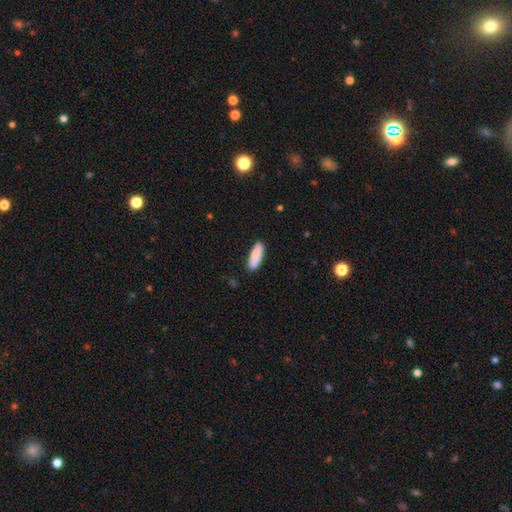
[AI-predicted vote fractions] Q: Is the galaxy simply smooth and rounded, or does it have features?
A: smooth — 82%.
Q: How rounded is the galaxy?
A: in between — 56%.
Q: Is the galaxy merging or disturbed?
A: none — 85%.